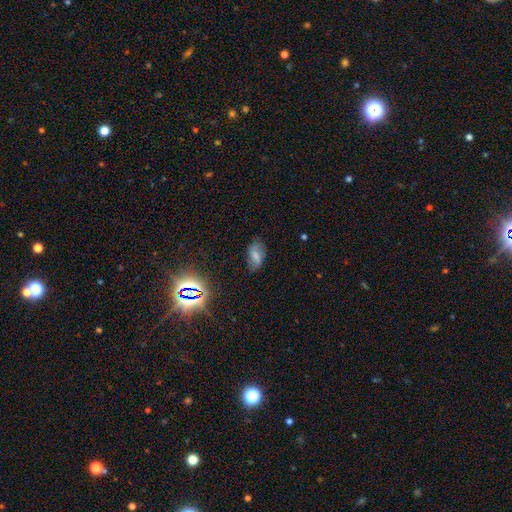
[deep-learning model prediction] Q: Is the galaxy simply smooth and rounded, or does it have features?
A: smooth — 51%.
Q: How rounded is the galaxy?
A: in between — 90%.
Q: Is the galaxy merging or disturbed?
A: none — 74%.